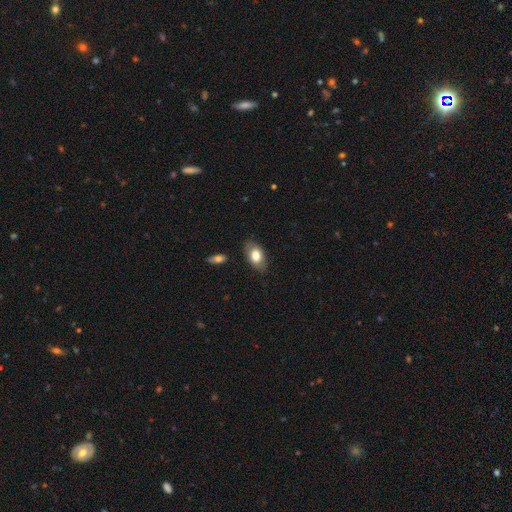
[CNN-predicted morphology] A smooth galaxy with no disk features (77%) that is in between round and cigar-shaped (90%). Merging: none (80%).